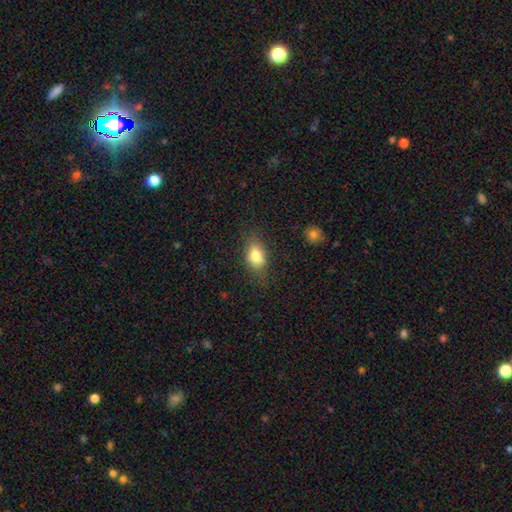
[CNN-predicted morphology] smooth 77%, featured or disk 14%, star or artifact 9%. Down the decision tree: how rounded — in between (81%); merging — none (71%).